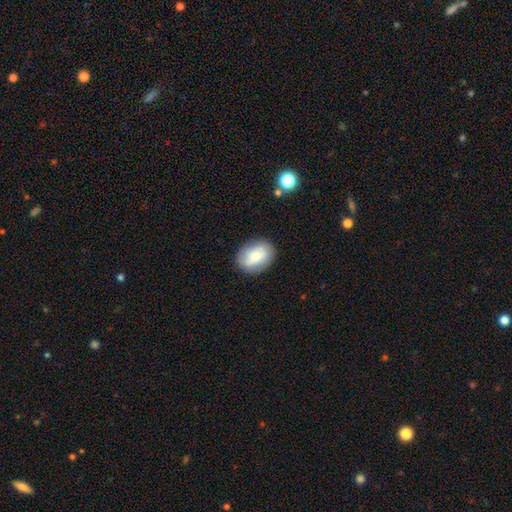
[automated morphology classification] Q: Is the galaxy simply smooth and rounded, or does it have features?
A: smooth — 72%.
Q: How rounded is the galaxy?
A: in between — 69%.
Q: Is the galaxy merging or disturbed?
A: none — 84%.